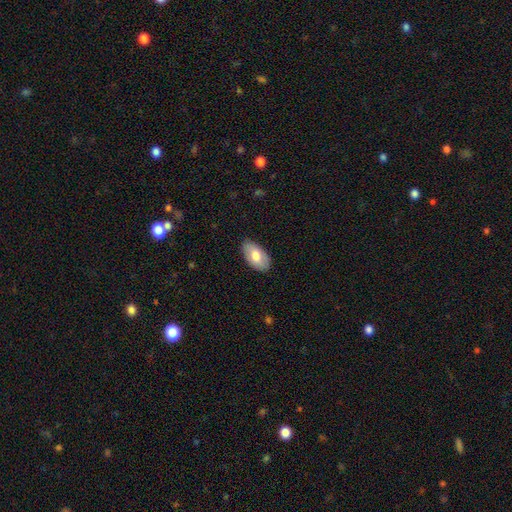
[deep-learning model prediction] This is likely a smooth galaxy (72%). How rounded: clearly in between (95%). Merging: clearly none (83%).